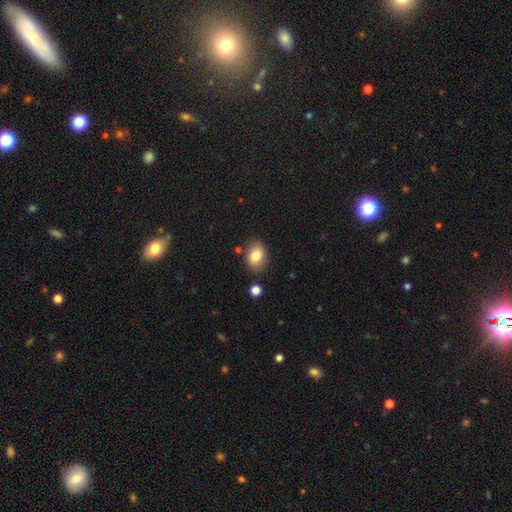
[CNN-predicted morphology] Overall: smooth (80%). How rounded: in between (69%). Merging: none (80%).